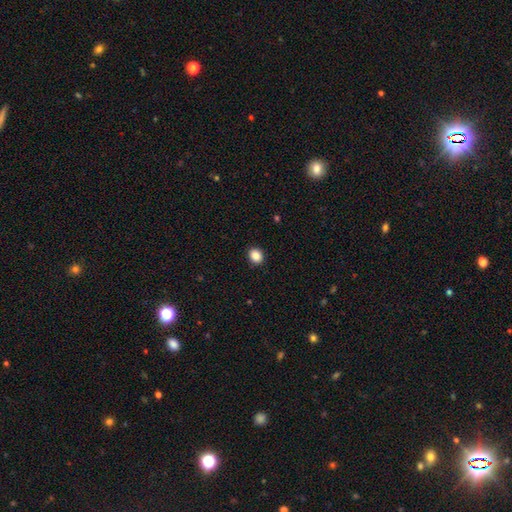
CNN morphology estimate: smooth 88%, star or artifact 9%, featured or disk 3%. Down the decision tree: how rounded — round (62%); merging — none (91%).